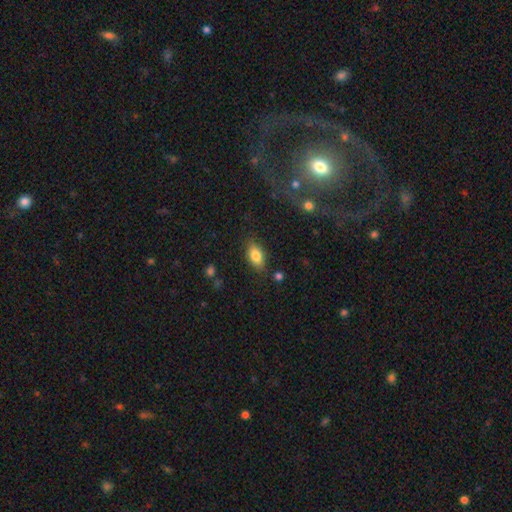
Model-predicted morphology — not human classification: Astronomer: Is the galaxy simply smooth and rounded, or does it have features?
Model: smooth — 81%.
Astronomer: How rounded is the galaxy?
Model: in between — 88%.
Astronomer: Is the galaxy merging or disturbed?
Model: none — 81%.